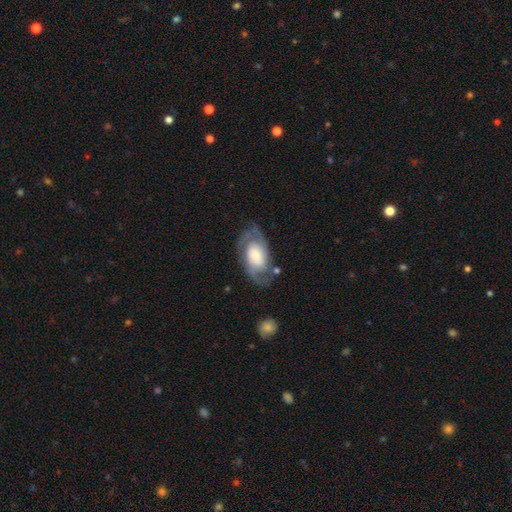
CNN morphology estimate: smooth-or-featured: featured or disk: 76% | smooth: 18% | star or artifact: 6%
  disk-edge-on: no: 95% | yes: 5%
    bar: no: 62% | weak: 29% | strong: 9%
    has-spiral-arms: yes: 90% | no: 10%
      spiral-winding: medium: 46% | tight: 35% | loose: 19%
      spiral-arm-count: 2: 77% | can't tell: 12% | 3: 5% | 1: 3% | 4: 2% | more than 4: 2%
    bulge-size: small: 41% | moderate: 33% | large: 19% | dominant: 4% | none: 3%
  merging: none: 65% | minor disturbance: 19% | major disturbance: 13% | merger: 3%